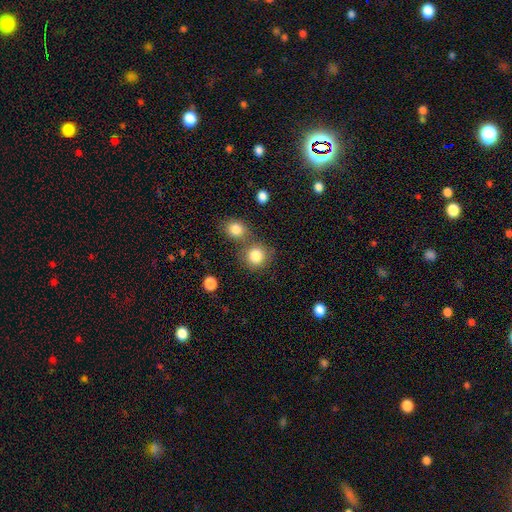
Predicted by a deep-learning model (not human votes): Smooth or featured? smooth (84%)
How rounded? round (88%)
Merging? none (61%)